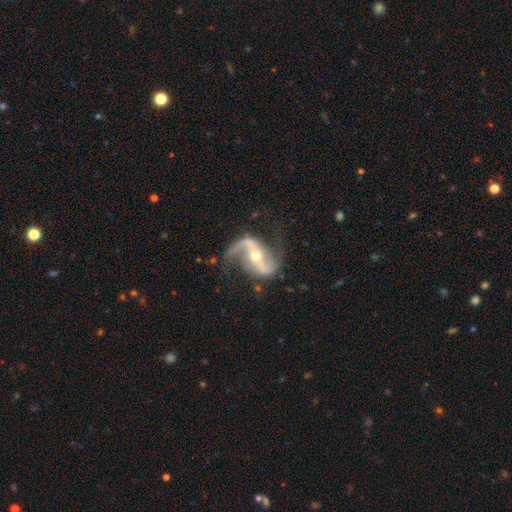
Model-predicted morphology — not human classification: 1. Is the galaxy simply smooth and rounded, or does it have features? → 91% featured or disk, 5% star or artifact, 5% smooth.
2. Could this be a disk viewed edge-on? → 97% no, 3% yes.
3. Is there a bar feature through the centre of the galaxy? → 43% strong, 31% weak, 27% no.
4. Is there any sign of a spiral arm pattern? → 97% yes, 3% no.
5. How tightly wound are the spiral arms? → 65% loose, 28% medium, 7% tight.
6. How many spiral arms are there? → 91% 2, 5% 1, 2% can't tell, 1% 3, 1% 4, 1% more than 4.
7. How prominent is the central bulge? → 53% moderate, 43% small, 2% large, 1% none, 1% dominant.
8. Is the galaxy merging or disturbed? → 70% none, 17% minor disturbance, 10% major disturbance, 2% merger.